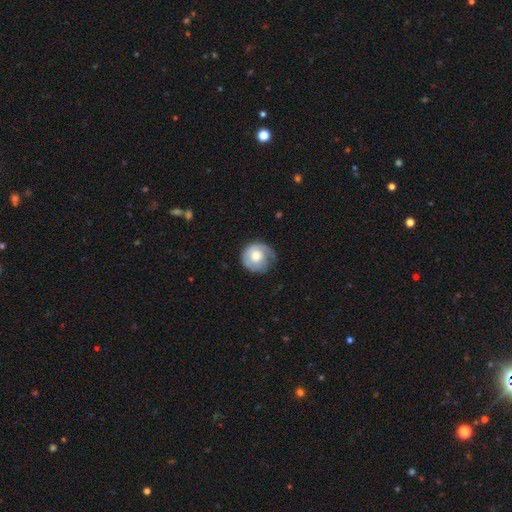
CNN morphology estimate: smooth-or-featured: smooth: 51% | featured or disk: 42% | star or artifact: 6%
  how-rounded: round: 89% | in between: 10% | cigar-shaped: 1%
  merging: none: 59% | minor disturbance: 28% | major disturbance: 12% | merger: 1%